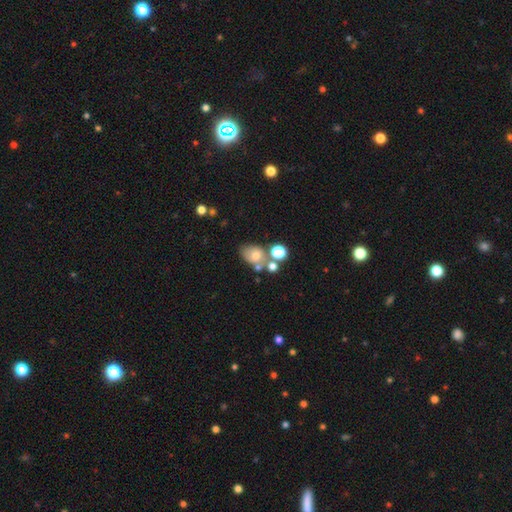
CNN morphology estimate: The model was most divided on "merging": none: 43%, merger: 31%, minor disturbance: 17%, major disturbance: 9%. More confident: how rounded — in between (69%); smooth or featured — smooth (67%).